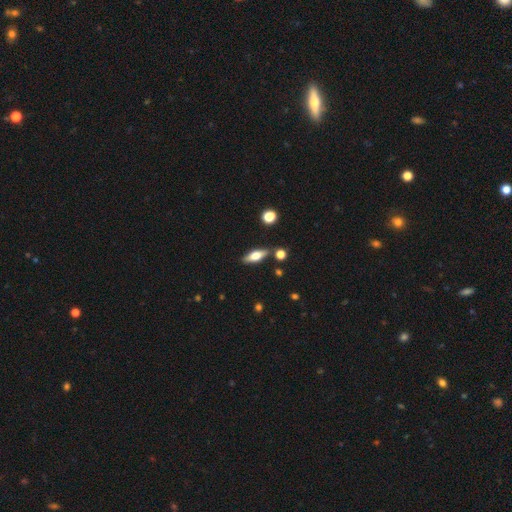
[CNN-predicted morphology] A smooth galaxy with no disk features (51%) that is in between round and cigar-shaped (59%).

Vote fractions:
- Smooth or featured? smooth: 51% / featured or disk: 42% / star or artifact: 8%
- How rounded? in between: 59% / cigar-shaped: 37% / round: 4%
- Merging? none: 82% / minor disturbance: 11% / merger: 5% / major disturbance: 3%